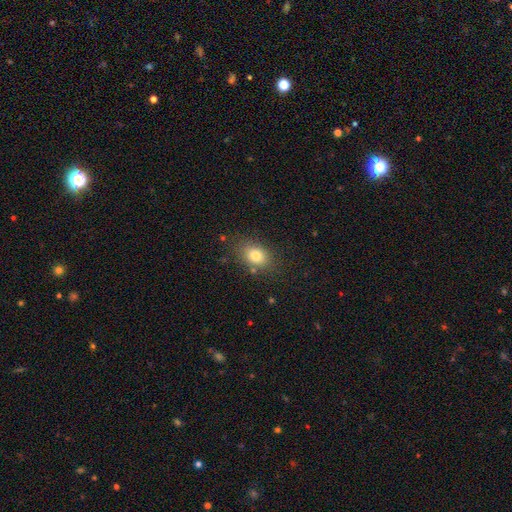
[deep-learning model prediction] smooth-or-featured: smooth: 79% | featured or disk: 11% | star or artifact: 10%
  how-rounded: in between: 74% | round: 25% | cigar-shaped: 2%
  merging: none: 80% | minor disturbance: 13% | major disturbance: 4% | merger: 3%